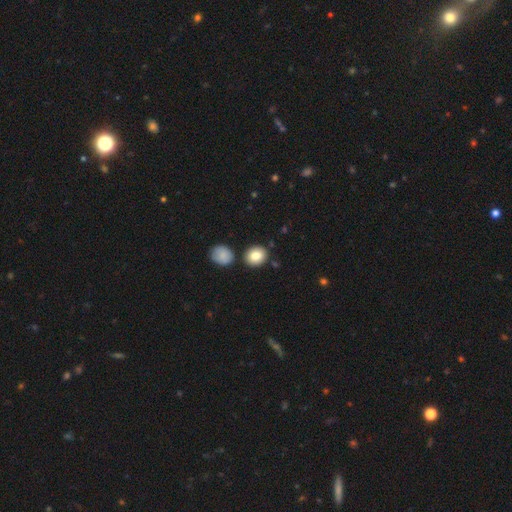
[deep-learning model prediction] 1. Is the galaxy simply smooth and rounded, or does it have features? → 84% smooth, 8% star or artifact, 8% featured or disk.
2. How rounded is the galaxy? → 67% round, 32% in between, 1% cigar-shaped.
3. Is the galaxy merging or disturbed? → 82% none, 9% minor disturbance, 7% merger, 2% major disturbance.